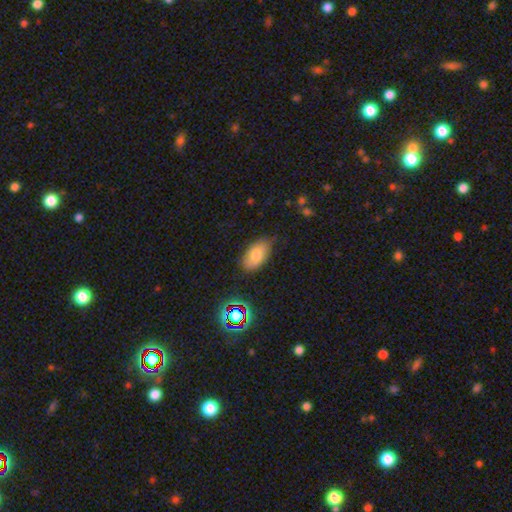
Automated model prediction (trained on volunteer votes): Smooth or featured? Predicted: smooth (p=0.75). How rounded? Predicted: in between (p=0.92). Merging? Predicted: none (p=0.71).